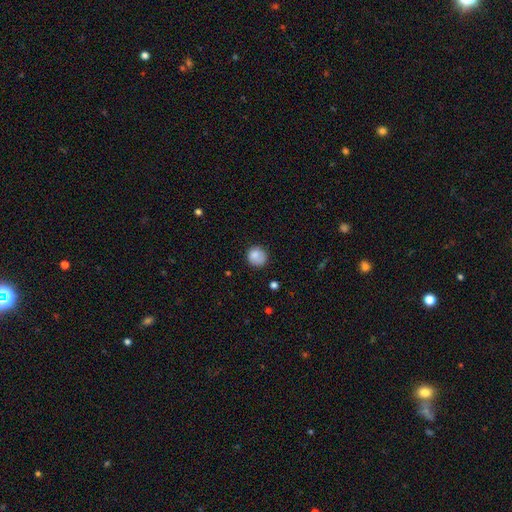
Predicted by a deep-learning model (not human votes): A smooth galaxy with no disk features (82%) that is round (87%). Merging: none (75%).